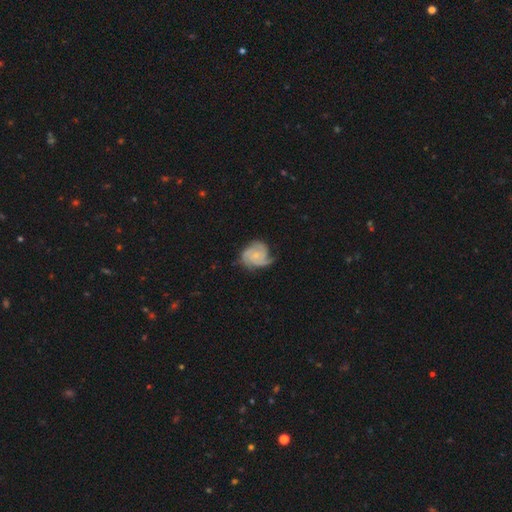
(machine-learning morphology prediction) smooth_or_featured: featured or disk (p=0.80) [alt: smooth p=0.15]
disk_edge_on: no (p=0.98) [alt: yes p=0.02]
bar: no (p=0.76) [alt: weak p=0.20]
has_spiral_arms: yes (p=0.96) [alt: no p=0.04]
spiral_winding: tight (p=0.55) [alt: medium p=0.35]
spiral_arm_count: 3 (p=0.51) [alt: 2 p=0.20]
bulge_size: small (p=0.69) [alt: moderate p=0.23]
merging: none (p=0.60) [alt: minor disturbance p=0.27]